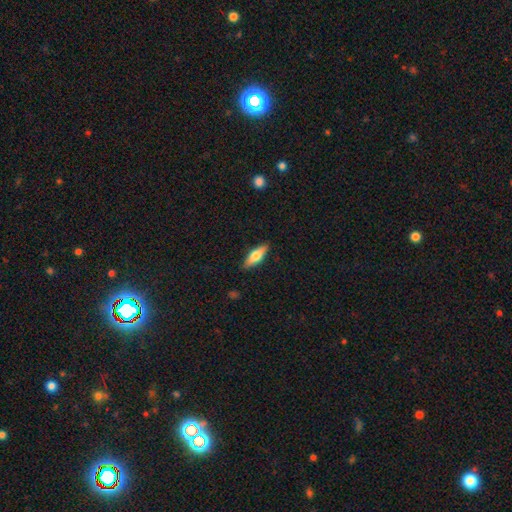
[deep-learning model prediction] Smooth or featured? smooth (59%)
How rounded? in between (51%)
Merging? none (88%)